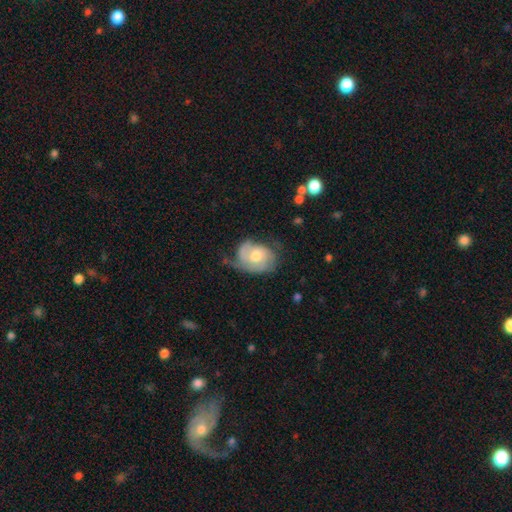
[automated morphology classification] smooth-or-featured: featured or disk: 67% | smooth: 27% | star or artifact: 6%
  disk-edge-on: no: 97% | yes: 3%
    bar: no: 66% | weak: 29% | strong: 4%
    has-spiral-arms: yes: 89% | no: 11%
      spiral-winding: tight: 43% | medium: 40% | loose: 17%
      spiral-arm-count: 2: 48% | can't tell: 22% | 3: 16% | 1: 8% | 4: 3% | more than 4: 2%
    bulge-size: moderate: 67% | small: 21% | large: 9% | none: 2% | dominant: 1%
  merging: none: 47% | minor disturbance: 32% | major disturbance: 18% | merger: 2%